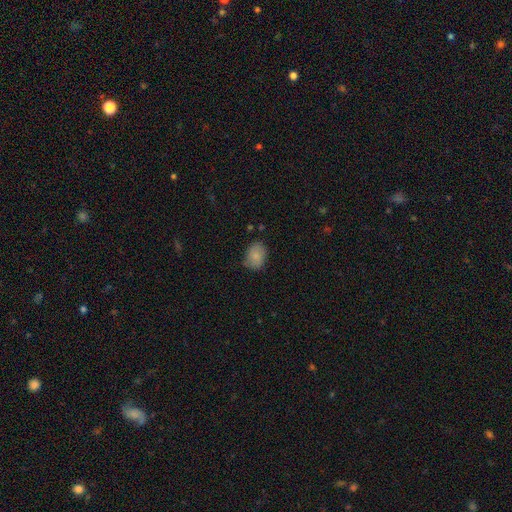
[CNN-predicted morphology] This appears to be a smooth galaxy with no disk features (83%) that is in between round and cigar-shaped (69%). Merging: none (74%).